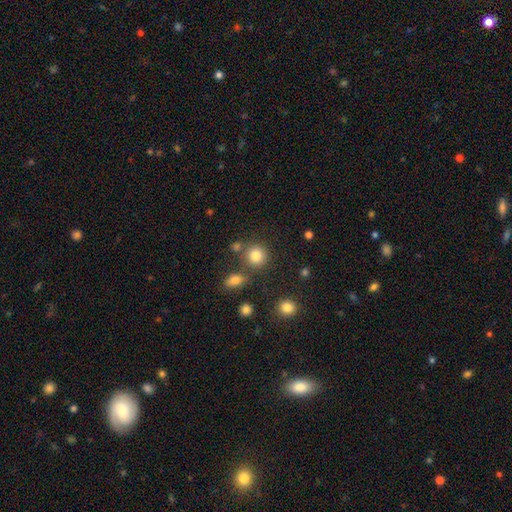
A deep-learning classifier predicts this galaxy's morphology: type=smooth (82%); roundness=round (89%); merging=none (75%).